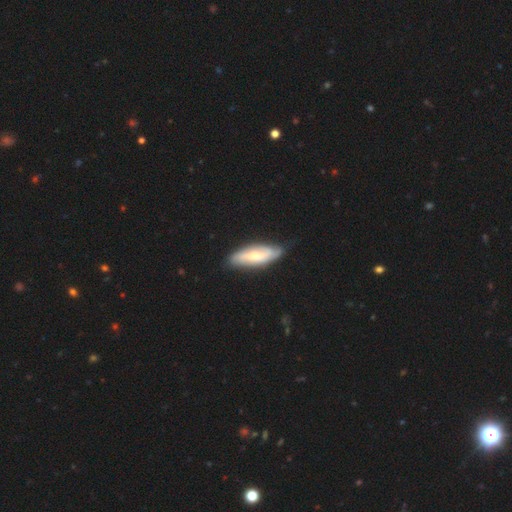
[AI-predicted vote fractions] smooth_or_featured: featured or disk (p=0.52) [alt: smooth p=0.42]
disk_edge_on: no (p=0.75) [alt: yes p=0.25]
merging: none (p=0.74) [alt: minor disturbance p=0.20]